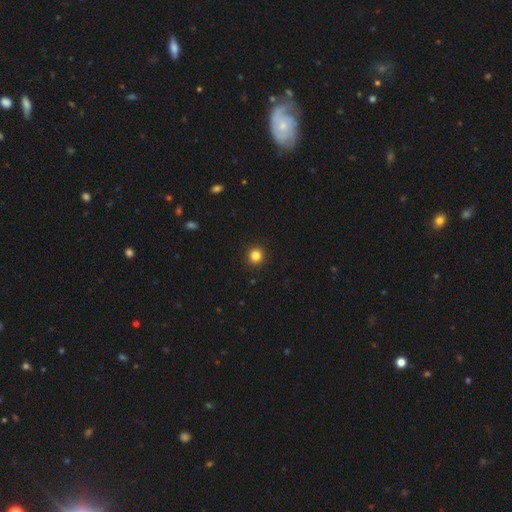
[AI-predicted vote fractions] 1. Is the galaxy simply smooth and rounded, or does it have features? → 84% smooth, 12% star or artifact, 4% featured or disk.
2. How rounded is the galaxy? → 94% round, 5% in between, 1% cigar-shaped.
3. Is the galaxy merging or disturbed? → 93% none, 4% minor disturbance, 2% major disturbance, 1% merger.